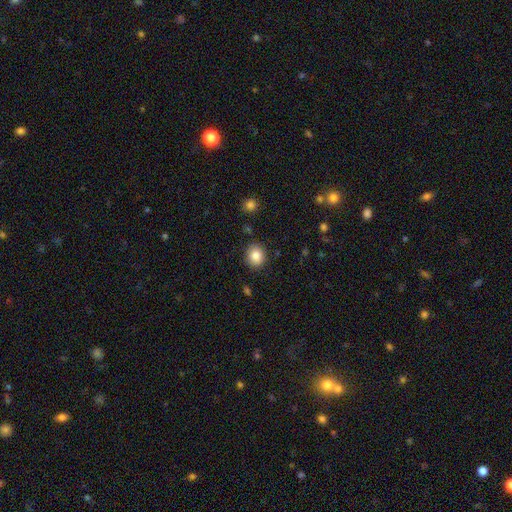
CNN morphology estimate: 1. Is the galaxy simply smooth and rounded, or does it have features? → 84% smooth, 9% star or artifact, 7% featured or disk.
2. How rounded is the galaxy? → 73% round, 26% in between, 1% cigar-shaped.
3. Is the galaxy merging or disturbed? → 88% none, 8% minor disturbance, 2% major disturbance, 2% merger.